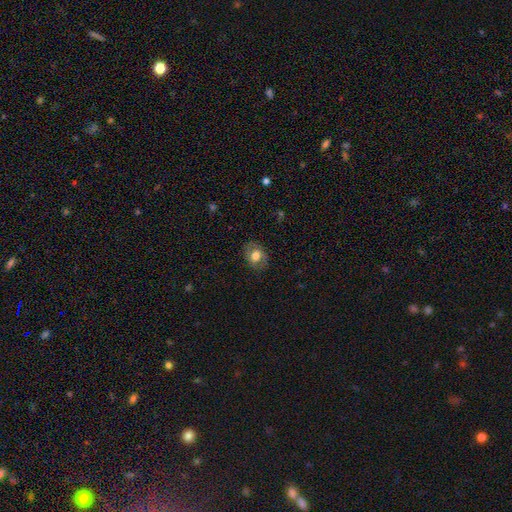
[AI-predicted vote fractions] A smooth galaxy with no disk features (63%) that is in between round and cigar-shaped (64%). Merging: none (77%).